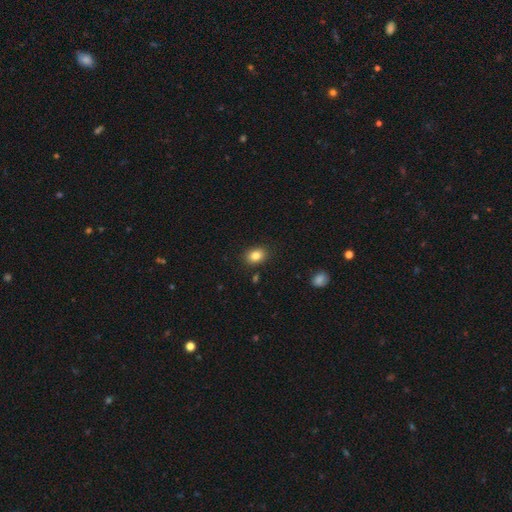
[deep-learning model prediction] A smooth galaxy with no disk features (84%) that is in between round and cigar-shaped (63%). Merging: none (88%).